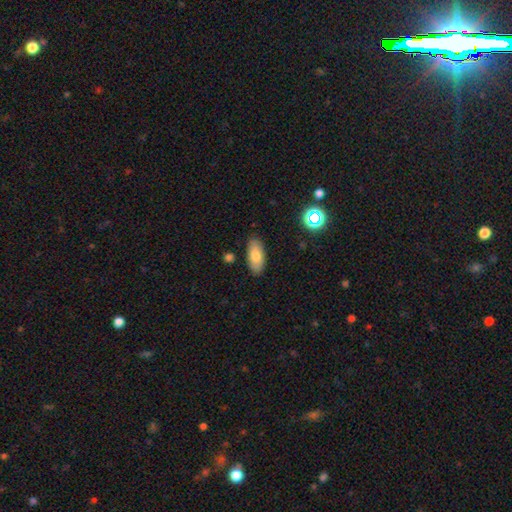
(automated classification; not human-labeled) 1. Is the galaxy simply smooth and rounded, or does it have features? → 79% smooth, 13% featured or disk, 8% star or artifact.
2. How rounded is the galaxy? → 87% in between, 10% cigar-shaped, 3% round.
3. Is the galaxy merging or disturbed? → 86% none, 10% minor disturbance, 2% major disturbance, 2% merger.